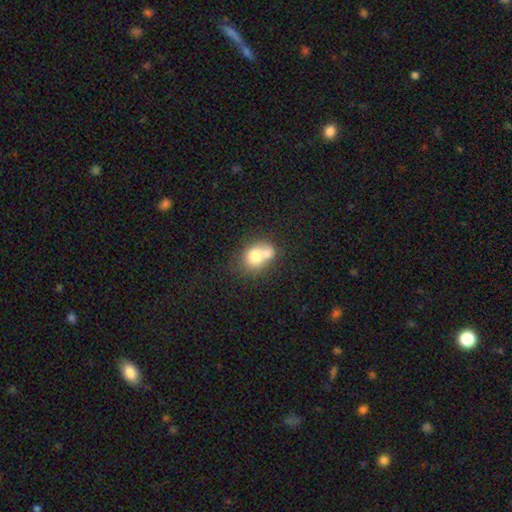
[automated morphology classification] Smooth or featured? Predicted: smooth (p=0.70). How rounded? Predicted: round (p=0.57). Merging? Predicted: merger (p=0.59).